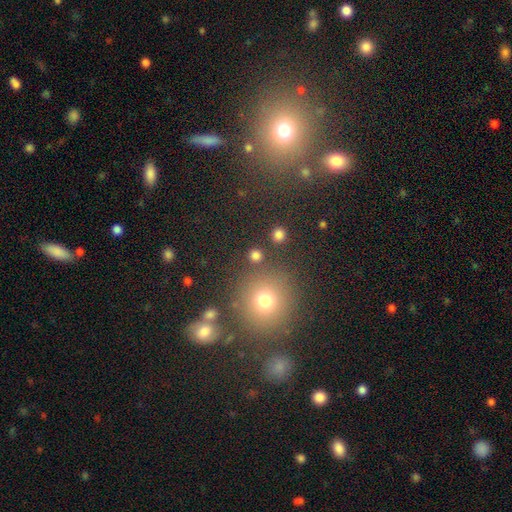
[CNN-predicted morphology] The model was most divided on "smooth or featured": smooth: 79%, star or artifact: 16%, featured or disk: 5%. More confident: how rounded — round (91%); merging — none (85%).